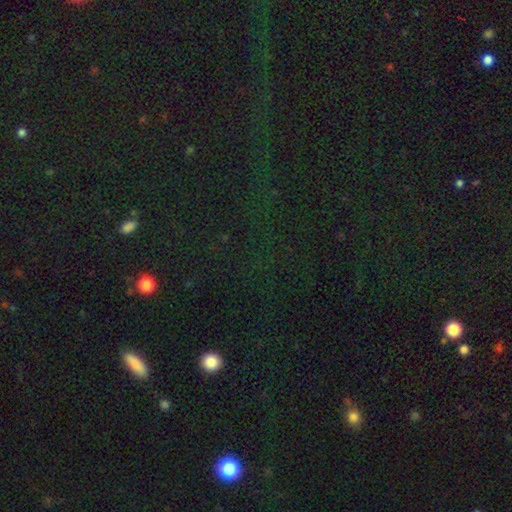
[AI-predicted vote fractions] star or artifact 73%, smooth 18%, featured or disk 9%.